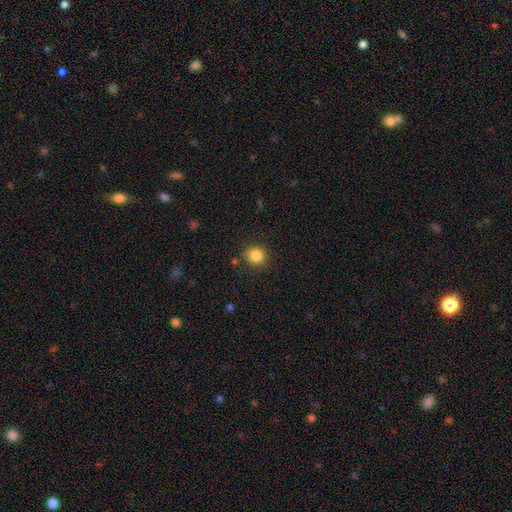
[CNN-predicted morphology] Smooth or featured?
  - smooth: 84% *
  - star or artifact: 11%
  - featured or disk: 5%
How rounded?
  - round: 86% *
  - in between: 13%
  - cigar-shaped: 1%
Merging?
  - none: 83% *
  - minor disturbance: 11%
  - major disturbance: 3%
  - merger: 3%